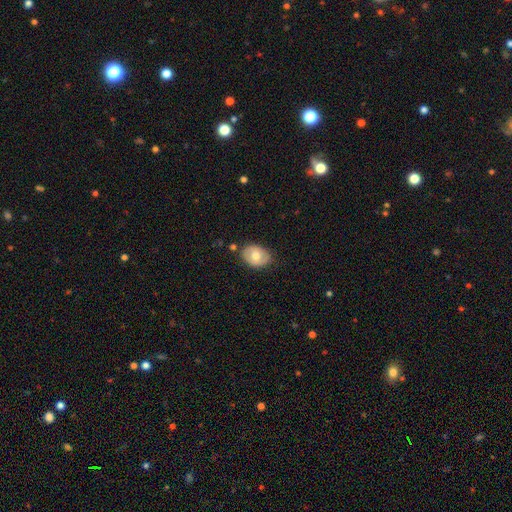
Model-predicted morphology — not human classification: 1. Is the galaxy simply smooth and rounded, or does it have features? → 63% smooth, 30% featured or disk, 7% star or artifact.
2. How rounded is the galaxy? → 70% in between, 29% round, 1% cigar-shaped.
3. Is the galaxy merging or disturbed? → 79% none, 15% minor disturbance, 3% major disturbance, 3% merger.